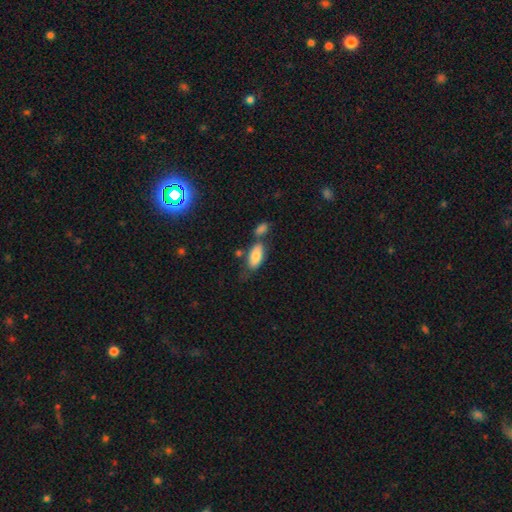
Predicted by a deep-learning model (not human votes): A smooth galaxy with no disk features (81%) that is in between round and cigar-shaped (90%).

Vote fractions:
- Smooth or featured? smooth: 81% / featured or disk: 12% / star or artifact: 6%
- How rounded? in between: 90% / cigar-shaped: 8% / round: 2%
- Merging? none: 47% / merger: 28% / minor disturbance: 18% / major disturbance: 7%